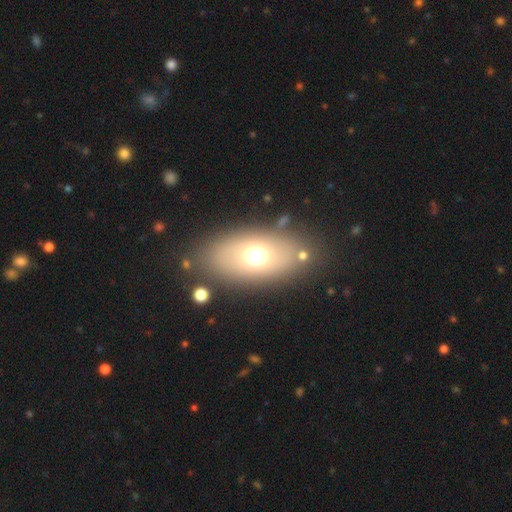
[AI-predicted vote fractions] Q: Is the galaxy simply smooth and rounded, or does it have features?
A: smooth — 63%.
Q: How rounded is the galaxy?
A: in between — 79%.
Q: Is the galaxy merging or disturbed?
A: none — 80%.